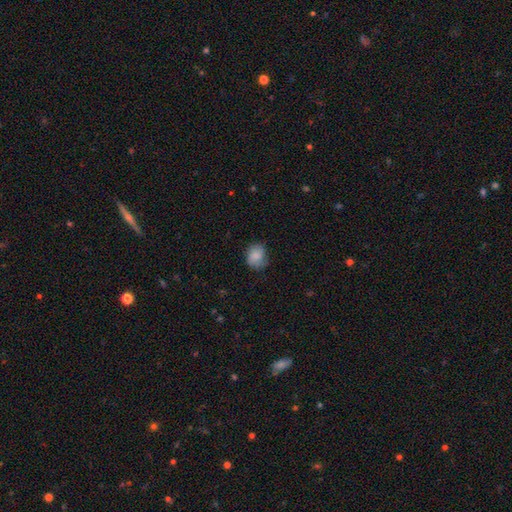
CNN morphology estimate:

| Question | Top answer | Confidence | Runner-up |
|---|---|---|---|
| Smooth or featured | smooth | 80% | featured or disk (12%) |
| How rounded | round | 62% | in between (37%) |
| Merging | none | 64% | minor disturbance (27%) |